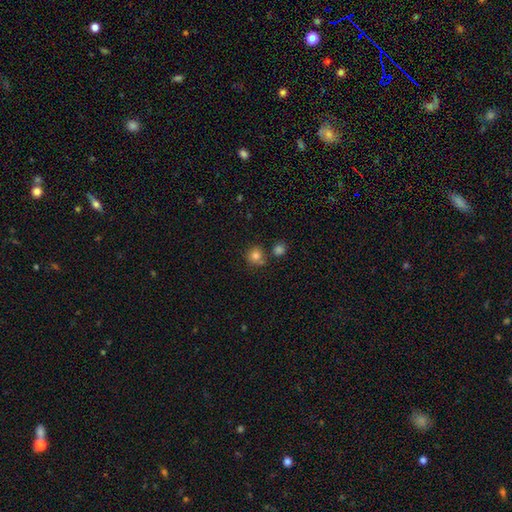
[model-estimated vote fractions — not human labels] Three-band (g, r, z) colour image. It shows a smooth galaxy with no disk features (81%) that is round (89%). Merging: none (70%).